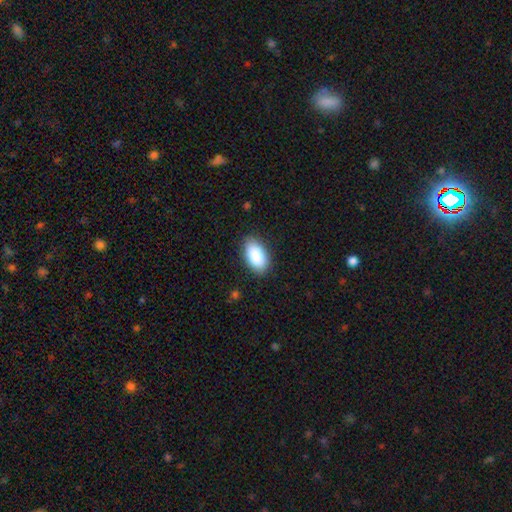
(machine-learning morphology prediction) This is clearly a smooth galaxy (89%). How rounded: clearly in between (95%). Merging: clearly none (86%).